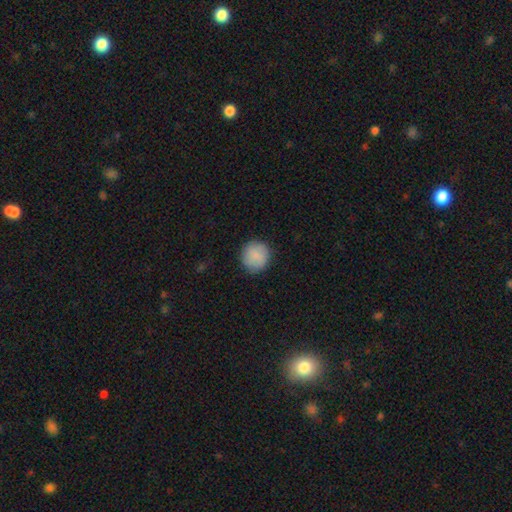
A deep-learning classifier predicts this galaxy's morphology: Smooth or featured? Predicted: smooth (p=0.87). How rounded? Predicted: round (p=0.91). Merging? Predicted: none (p=0.87).